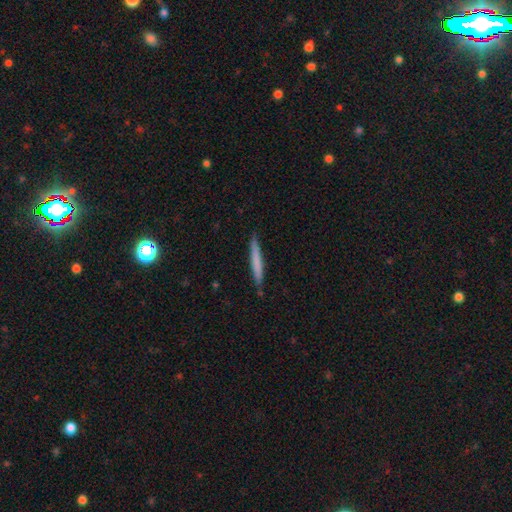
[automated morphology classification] This appears to be a smooth galaxy with no disk features (53%) that is cigar-shaped (95%). Merging: none (90%).